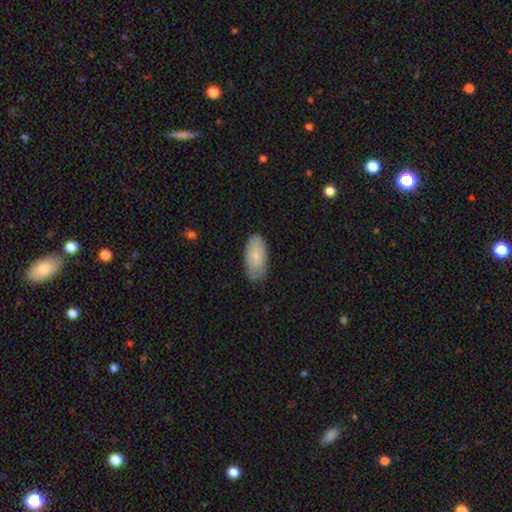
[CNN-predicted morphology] Smooth or featured: smooth — 83% (featured or disk — 11%)
How rounded: in between — 93% (cigar-shaped — 5%)
Merging: none — 82% (minor disturbance — 14%)